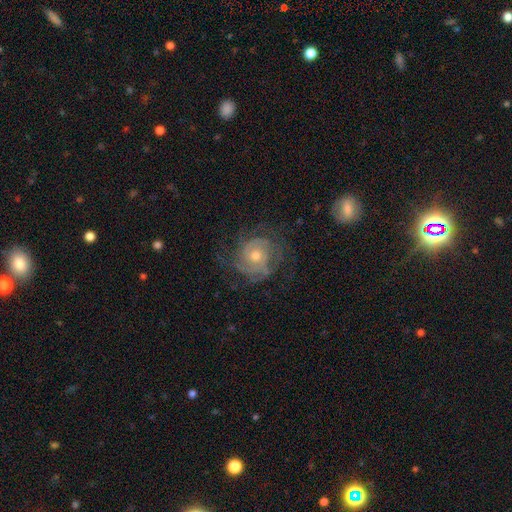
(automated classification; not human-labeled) This appears to be a featured or disk galaxy (82%) with no bar (76%), tight (62%) spiral arms (94%) and a moderate central bulge (62%). Merging: none (71%).